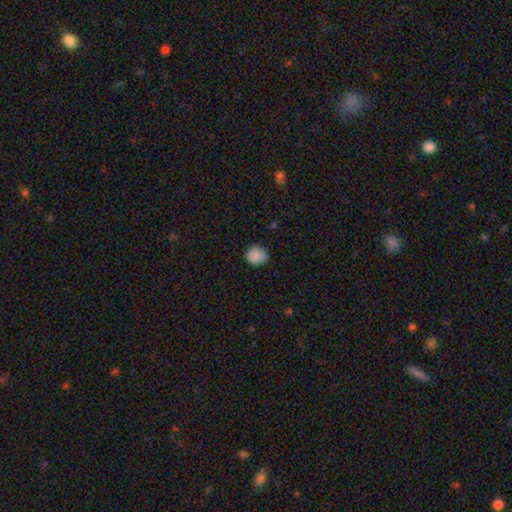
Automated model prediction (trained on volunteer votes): The model was most divided on "merging": none: 73%, minor disturbance: 22%, major disturbance: 4%, merger: 1%. More confident: smooth or featured — smooth (86%); how rounded — round (78%).